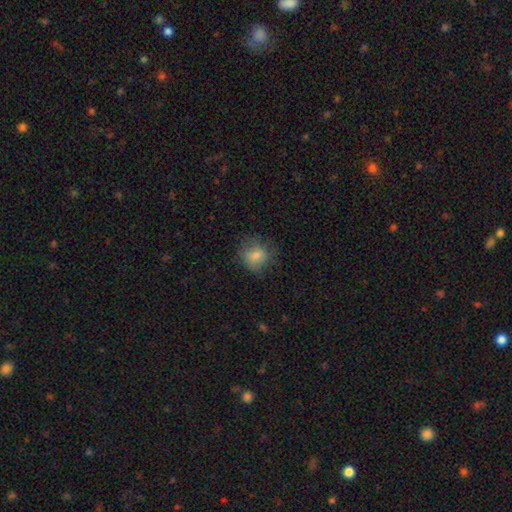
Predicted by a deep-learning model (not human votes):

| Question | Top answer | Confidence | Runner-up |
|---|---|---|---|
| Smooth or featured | smooth | 77% | featured or disk (14%) |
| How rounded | round | 76% | in between (24%) |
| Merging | none | 64% | minor disturbance (23%) |